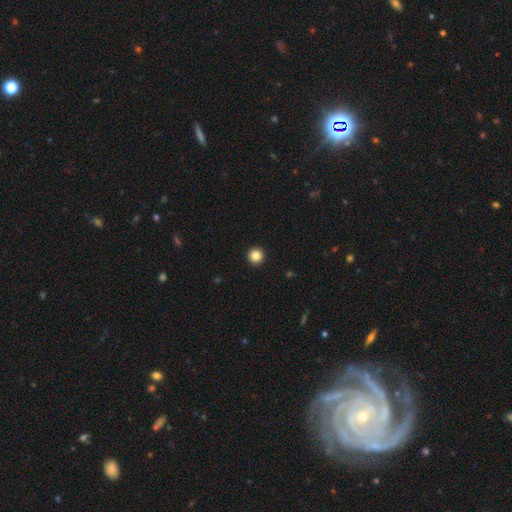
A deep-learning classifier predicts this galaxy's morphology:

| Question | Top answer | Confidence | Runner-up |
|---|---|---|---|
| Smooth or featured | smooth | 85% | star or artifact (10%) |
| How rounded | round | 97% | in between (2%) |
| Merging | none | 94% | minor disturbance (3%) |